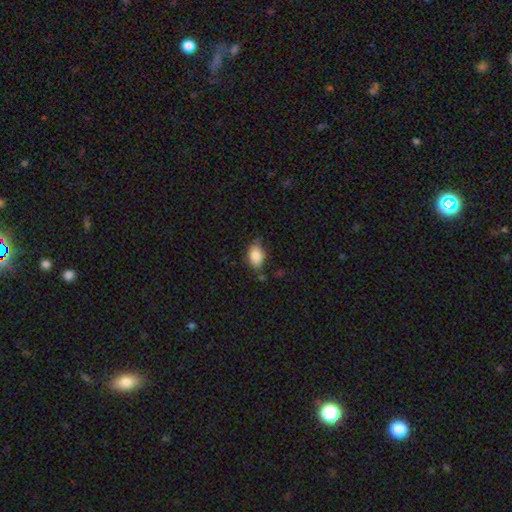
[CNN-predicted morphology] smooth 85%, featured or disk 8%, star or artifact 8%. Down the decision tree: how rounded — in between (87%); merging — none (62%).